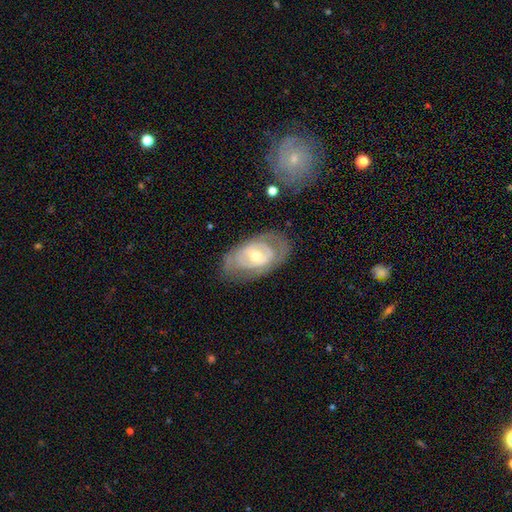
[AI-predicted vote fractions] This appears to be a featured or disk galaxy (71%) with no bar (49%), spiral arms (55%) and a moderate central bulge (57%). Merging: none (68%).